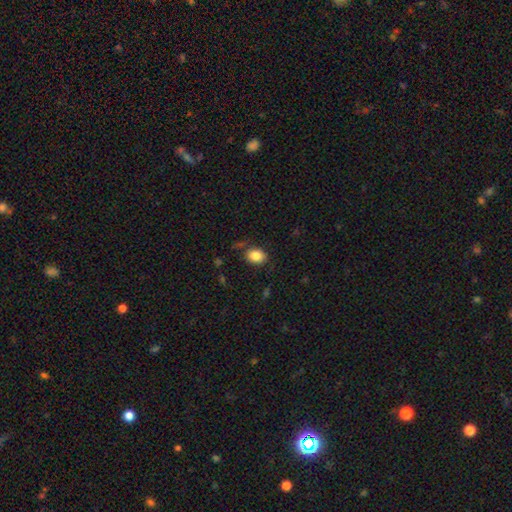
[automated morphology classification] smooth 85%, star or artifact 9%, featured or disk 6%. Down the decision tree: how rounded — in between (65%); merging — none (79%).